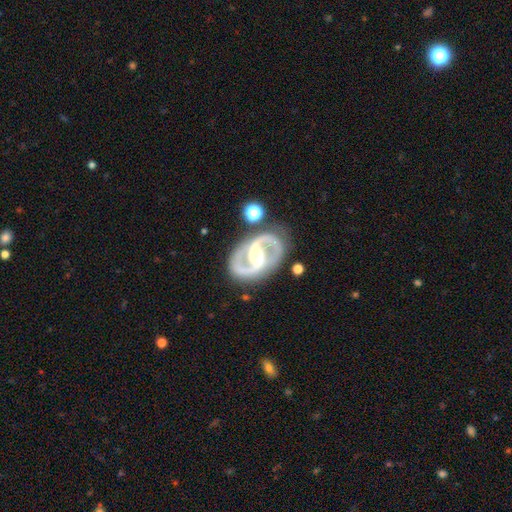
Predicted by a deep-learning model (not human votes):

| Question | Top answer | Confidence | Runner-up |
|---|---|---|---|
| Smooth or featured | featured or disk | 92% | star or artifact (4%) |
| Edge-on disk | no | 98% | yes (2%) |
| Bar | strong | 54% | weak (30%) |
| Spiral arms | yes | 97% | no (3%) |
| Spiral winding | medium | 61% | tight (25%) |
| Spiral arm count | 2 | 94% | can't tell (2%) |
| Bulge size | moderate | 65% | small (23%) |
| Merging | none | 83% | minor disturbance (11%) |